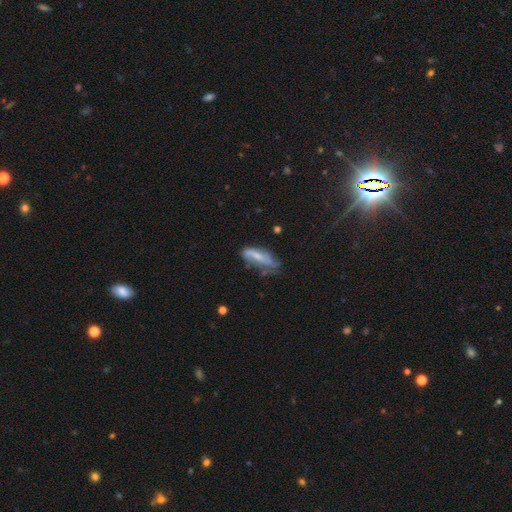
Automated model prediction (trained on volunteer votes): Smooth or featured?
  - featured or disk: 49% *
  - smooth: 37%
  - star or artifact: 13%
Merging?
  - none: 52% *
  - minor disturbance: 29%
  - major disturbance: 14%
  - merger: 4%